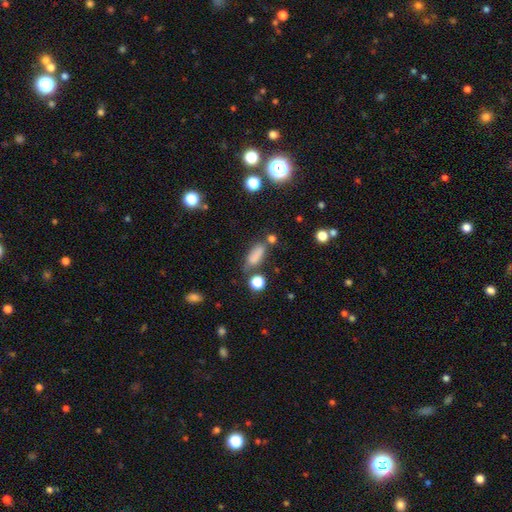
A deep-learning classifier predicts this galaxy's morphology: type=smooth (79%); roundness=in between (68%); merging=none (54%).